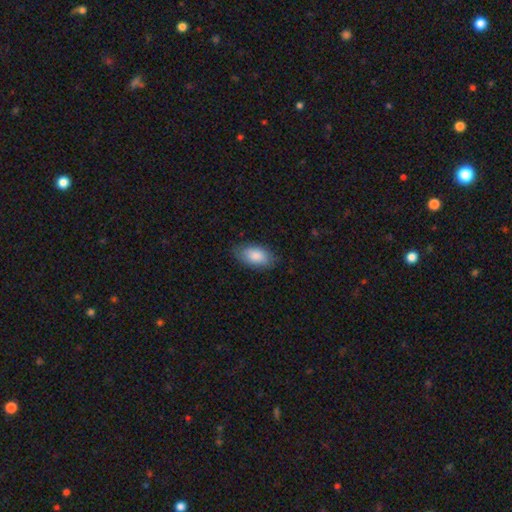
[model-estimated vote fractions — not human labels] smooth-or-featured: smooth: 83% | featured or disk: 11% | star or artifact: 6%
  how-rounded: in between: 94% | round: 4% | cigar-shaped: 3%
  merging: none: 79% | minor disturbance: 17% | major disturbance: 3% | merger: 1%